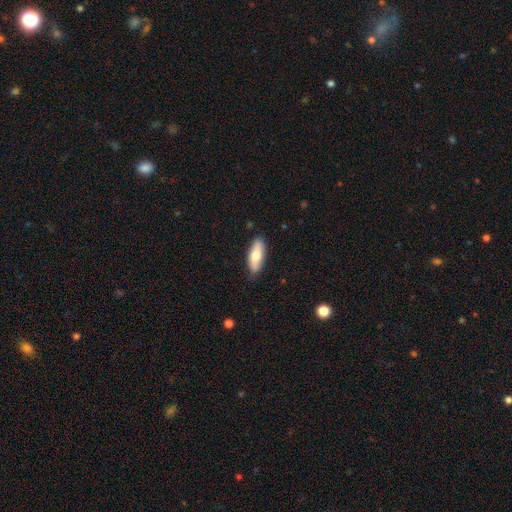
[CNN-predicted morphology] Smooth or featured? Predicted: smooth (p=0.73). How rounded? Predicted: in between (p=0.67). Merging? Predicted: none (p=0.84).